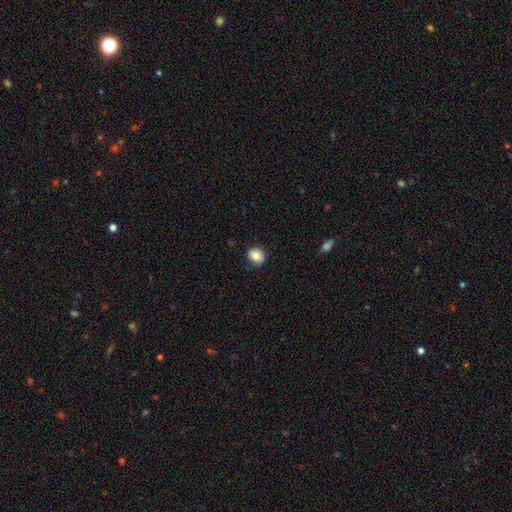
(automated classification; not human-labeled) Smooth or featured?
  - smooth: 81% *
  - featured or disk: 11%
  - star or artifact: 9%
How rounded?
  - round: 74% *
  - in between: 25%
  - cigar-shaped: 1%
Merging?
  - none: 85% *
  - minor disturbance: 12%
  - major disturbance: 3%
  - merger: 1%